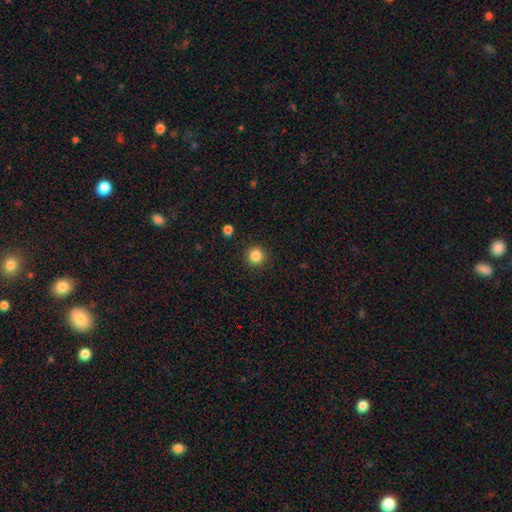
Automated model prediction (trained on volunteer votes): This is clearly a smooth galaxy (85%). How rounded: clearly round (93%). Merging: clearly none (91%).